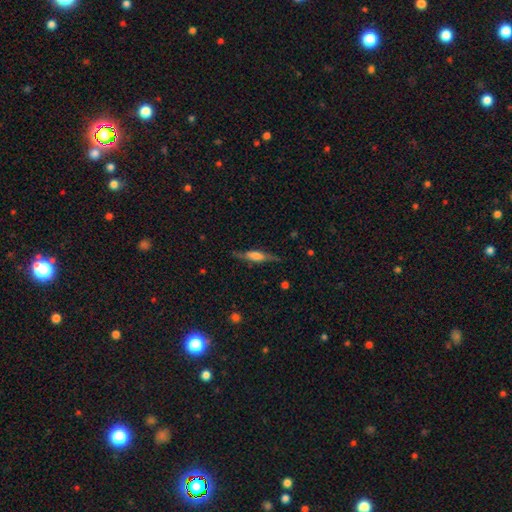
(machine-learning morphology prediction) A featured or disk galaxy (54%) viewed edge-on (90%). Merging: none (79%).